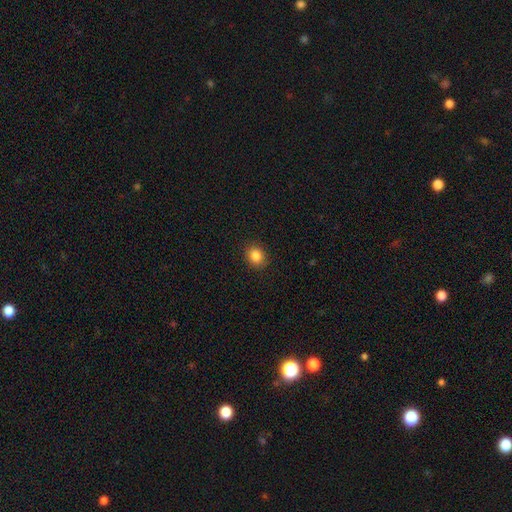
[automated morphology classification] Smooth or featured?
  - smooth: 85% *
  - star or artifact: 10%
  - featured or disk: 5%
How rounded?
  - round: 67% *
  - in between: 32%
  - cigar-shaped: 1%
Merging?
  - none: 90% *
  - minor disturbance: 7%
  - major disturbance: 2%
  - merger: 1%